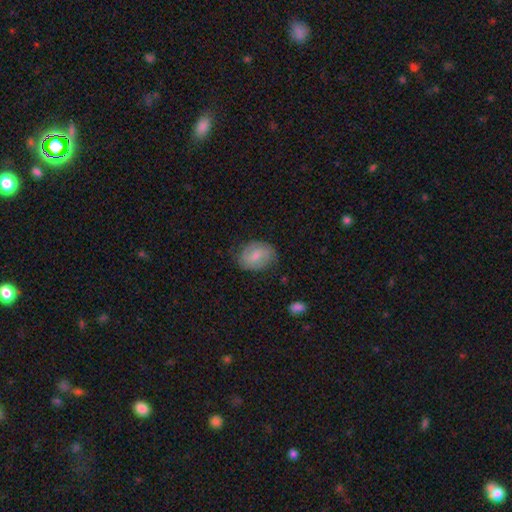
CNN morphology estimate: A smooth galaxy with no disk features (59%) that is in between round and cigar-shaped (67%). Merging: none (75%).